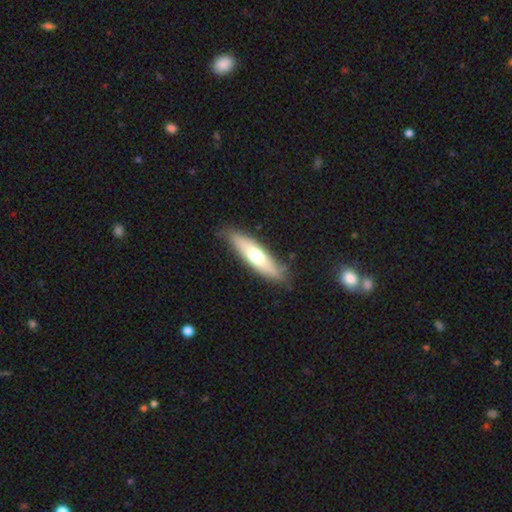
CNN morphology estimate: Smooth or featured?
  - smooth: 58% *
  - featured or disk: 36%
  - star or artifact: 5%
How rounded?
  - cigar-shaped: 66% *
  - in between: 33%
  - round: 2%
Merging?
  - none: 82% *
  - minor disturbance: 14%
  - major disturbance: 3%
  - merger: 1%